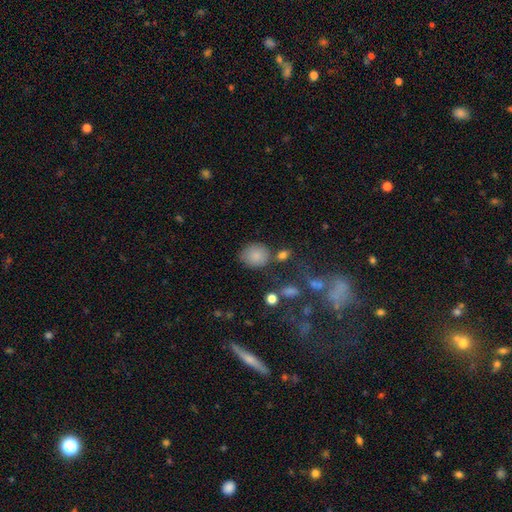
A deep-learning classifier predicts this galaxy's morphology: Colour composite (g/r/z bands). It shows a smooth galaxy with no disk features (83%) that is round (65%). Merging: none (69%).